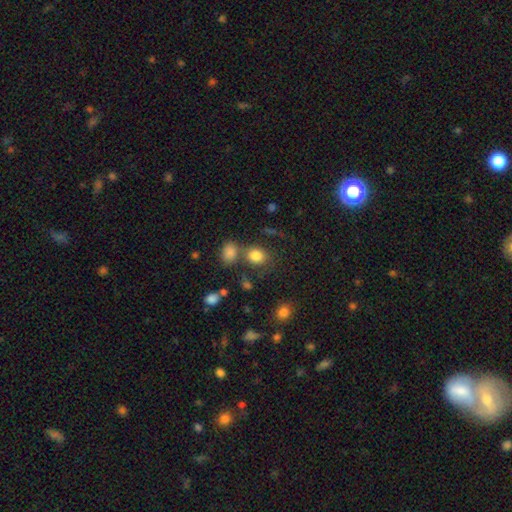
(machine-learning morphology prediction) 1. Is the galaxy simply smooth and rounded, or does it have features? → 82% smooth, 11% star or artifact, 7% featured or disk.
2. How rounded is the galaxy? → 60% round, 39% in between, 1% cigar-shaped.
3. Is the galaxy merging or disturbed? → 62% none, 21% merger, 12% minor disturbance, 5% major disturbance.